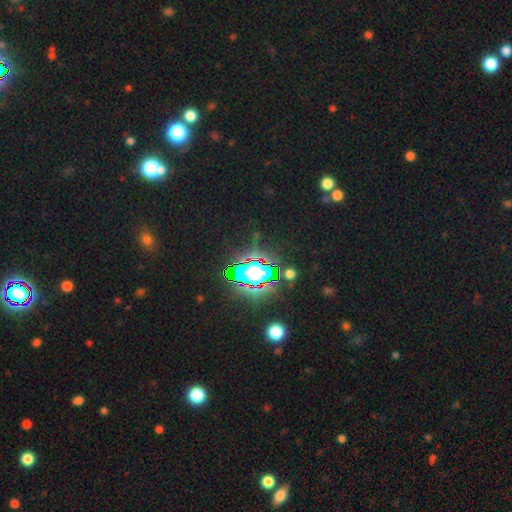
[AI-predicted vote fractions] smooth-or-featured: star or artifact: 83% | smooth: 10% | featured or disk: 8%